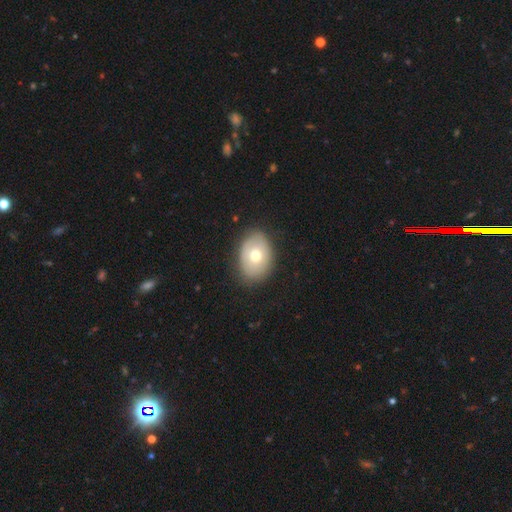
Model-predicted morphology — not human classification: type=smooth (63%); roundness=in between (78%); merging=none (82%).